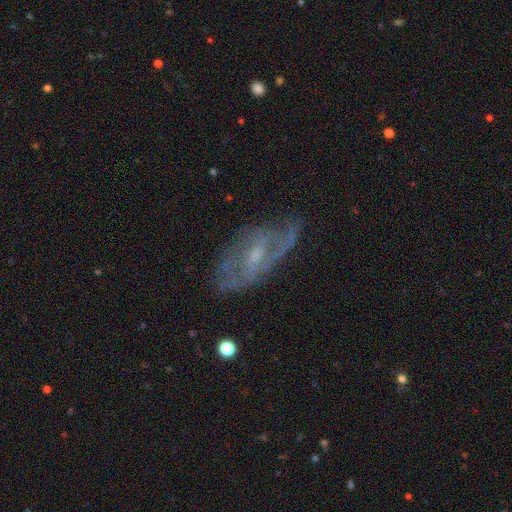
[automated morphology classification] This is likely a featured or disk galaxy (75%). It is clearly not viewed edge-on (89%). Bar: possibly weak (48%). Spiral arm pattern: likely yes (79%). Spiral arm count: marginally 2 (43%). Spiral winding: marginally medium (42%). Central bulge: likely small (60%). Merging: likely none (64%).